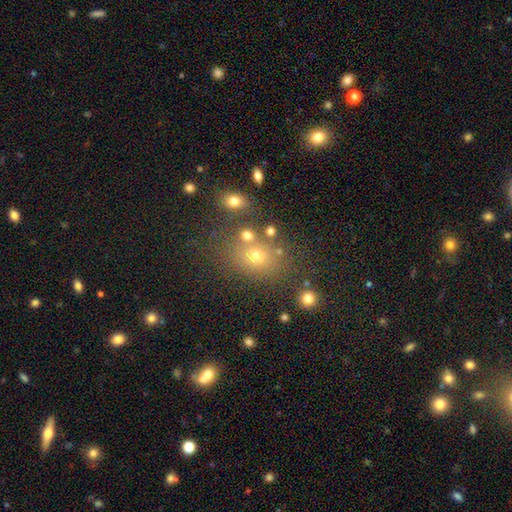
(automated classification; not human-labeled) smooth 63%, star or artifact 22%, featured or disk 15%. Down the decision tree: how rounded — round (53%); merging — none (67%).